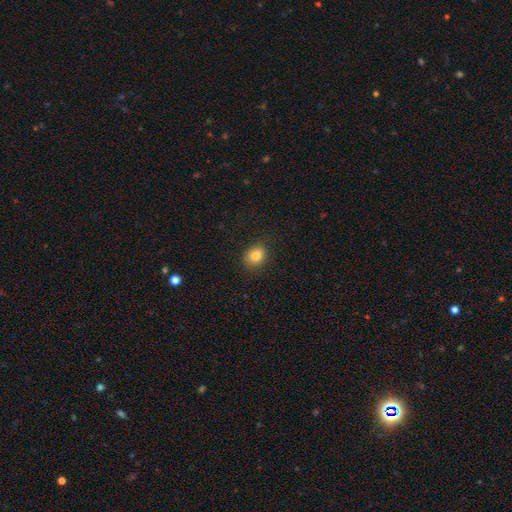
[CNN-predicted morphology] A smooth galaxy with no disk features (82%) that is round (57%). Merging: none (86%).